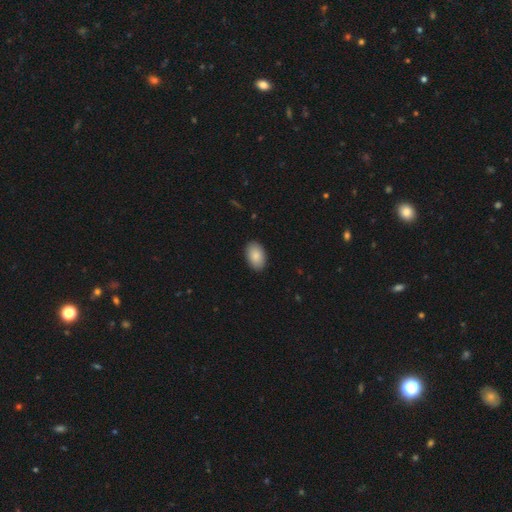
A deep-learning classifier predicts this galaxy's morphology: type=smooth (87%); roundness=in between (92%); merging=none (90%).